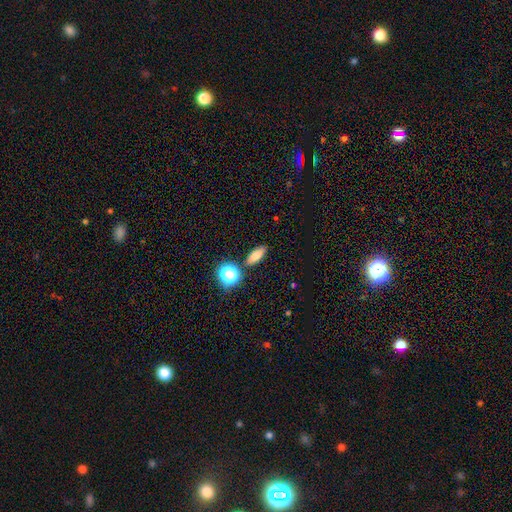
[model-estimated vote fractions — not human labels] Q: Smooth or featured?
A: smooth (75%); runner-up: star or artifact (14%)
Q: How rounded?
A: in between (62%); runner-up: cigar-shaped (26%)
Q: Merging?
A: none (85%); runner-up: minor disturbance (9%)